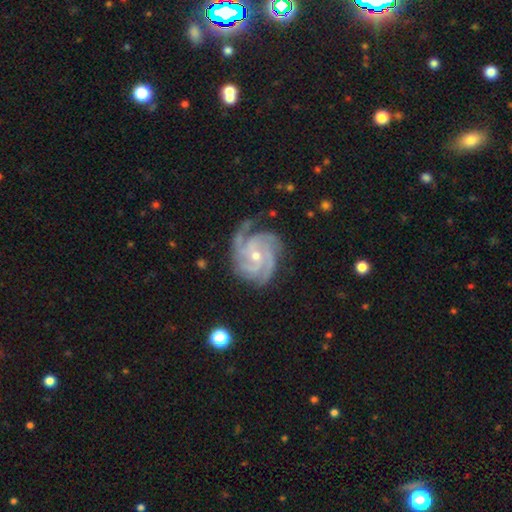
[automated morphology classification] Overall: featured or disk (92%). Edge-on disk: no (98%). Bar: no (64%; weak 28%). Spiral arms: yes (99%). Spiral arm count: 3 (38%; 4 36%). Spiral winding: tight (64%; medium 32%). Bulge size: small (58%; moderate 39%). Merging: none (73%).